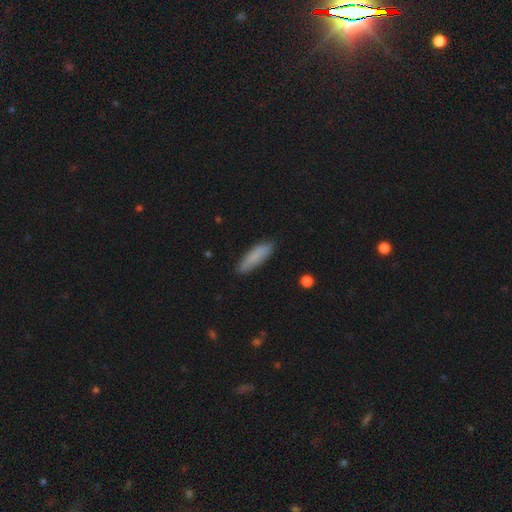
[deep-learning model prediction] A smooth galaxy with no disk features (82%) that is cigar-shaped (66%). Merging: none (82%).